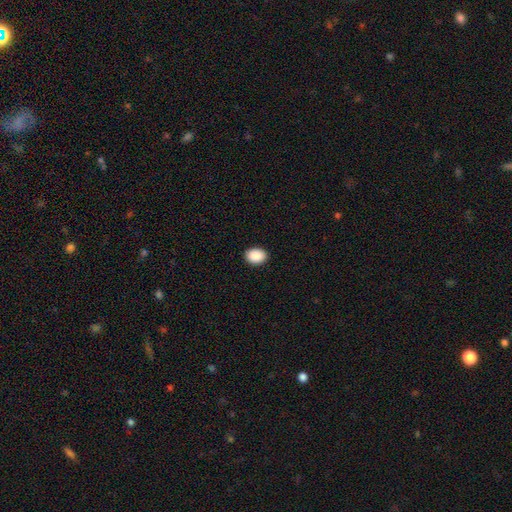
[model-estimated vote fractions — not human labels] Smooth or featured? Predicted: smooth (p=0.91). How rounded? Predicted: in between (p=0.72). Merging? Predicted: none (p=0.91).